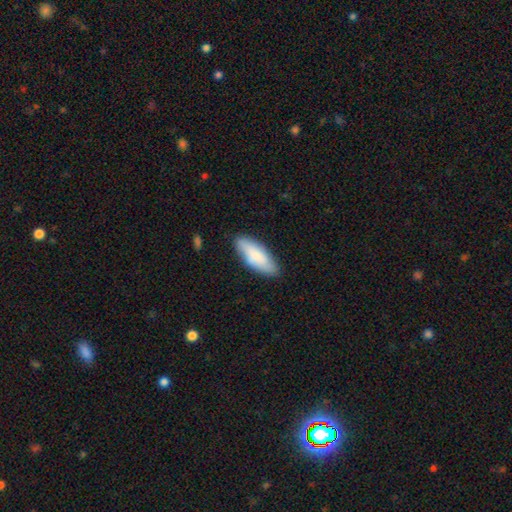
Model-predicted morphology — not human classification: The model was most divided on "how rounded": in between: 68%, cigar-shaped: 30%, round: 2%. More confident: merging — none (81%); smooth or featured — smooth (77%).